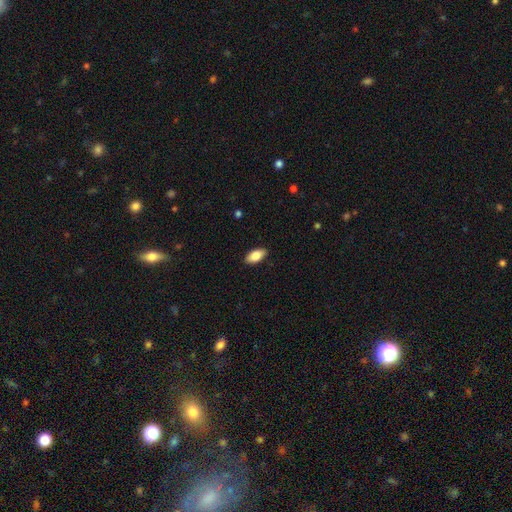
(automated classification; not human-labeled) The model was most divided on "smooth or featured": smooth: 82%, featured or disk: 11%, star or artifact: 6%. More confident: how rounded — in between (91%); merging — none (89%).